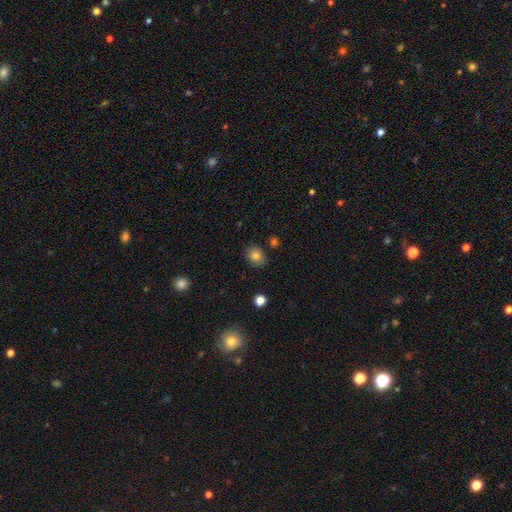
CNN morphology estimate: type=smooth (81%); roundness=in between (50%); merging=none (85%).